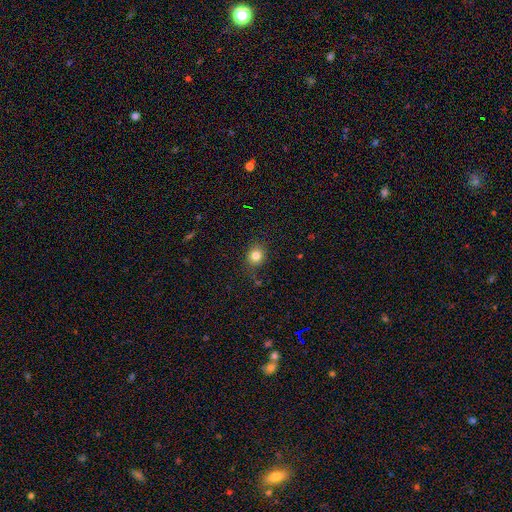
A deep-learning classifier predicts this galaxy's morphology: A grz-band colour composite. It shows a smooth galaxy with no disk features (81%) that is round (78%). Merging: none (84%).